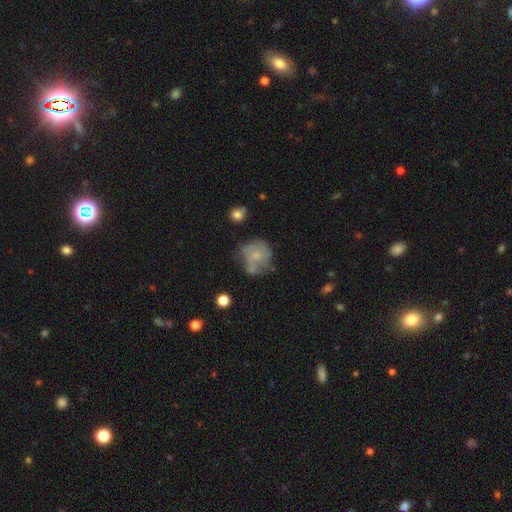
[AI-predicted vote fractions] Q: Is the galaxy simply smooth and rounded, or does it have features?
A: smooth — 54%.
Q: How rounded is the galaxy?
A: round — 79%.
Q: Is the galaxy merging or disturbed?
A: none — 43%.